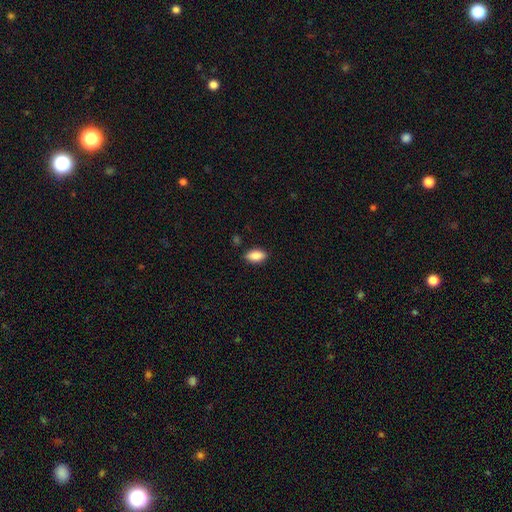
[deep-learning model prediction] smooth_or_featured: smooth (p=0.88) [alt: star or artifact p=0.07]
how_rounded: in between (p=0.91) [alt: cigar-shaped p=0.05]
merging: none (p=0.86) [alt: minor disturbance p=0.10]